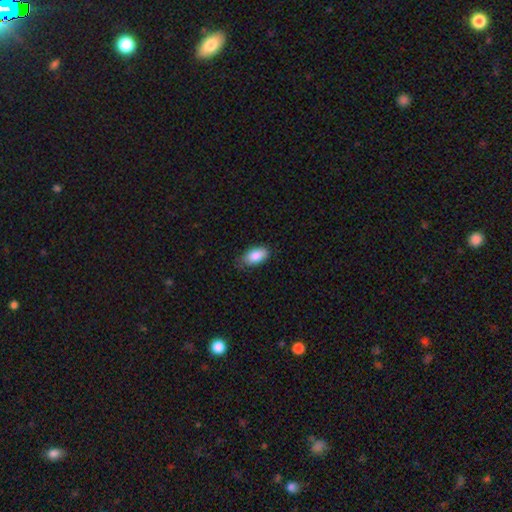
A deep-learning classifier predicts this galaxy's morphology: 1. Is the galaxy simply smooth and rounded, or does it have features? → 86% smooth, 7% star or artifact, 7% featured or disk.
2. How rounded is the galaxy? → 93% in between, 4% round, 4% cigar-shaped.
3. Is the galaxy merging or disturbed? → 72% none, 23% minor disturbance, 4% major disturbance, 1% merger.